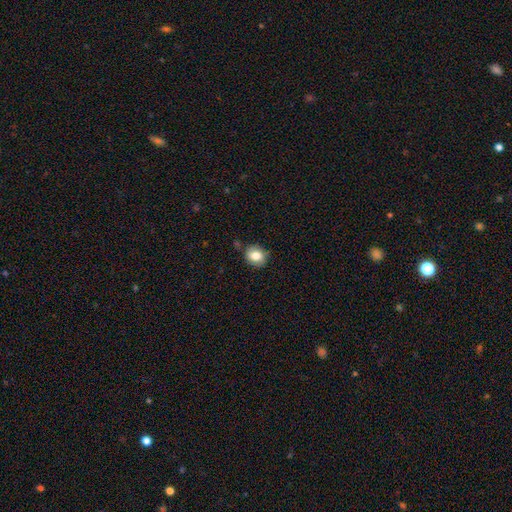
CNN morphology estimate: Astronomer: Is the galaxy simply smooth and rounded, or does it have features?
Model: smooth — 80%.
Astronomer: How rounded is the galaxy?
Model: round — 65%.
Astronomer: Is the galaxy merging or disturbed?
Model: none — 79%.